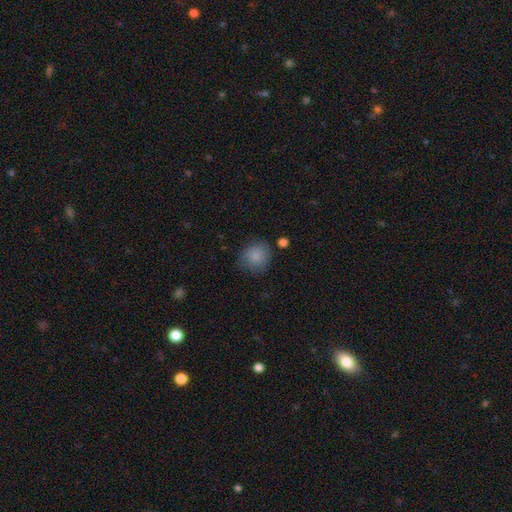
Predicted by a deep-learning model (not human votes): smooth-or-featured: smooth: 84% | star or artifact: 8% | featured or disk: 8%
  how-rounded: round: 82% | in between: 17% | cigar-shaped: 1%
  merging: none: 67% | minor disturbance: 23% | major disturbance: 7% | merger: 3%